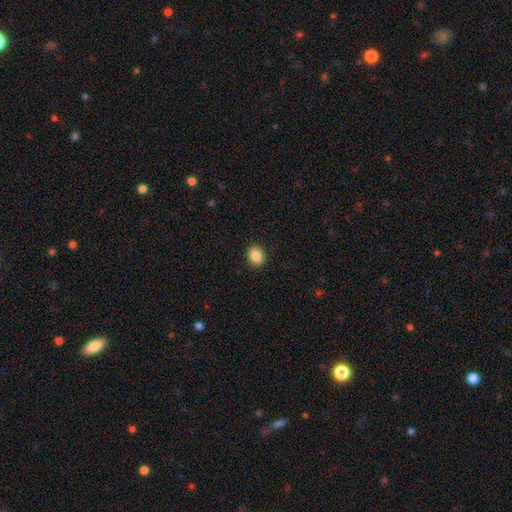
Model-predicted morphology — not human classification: Smooth or featured?
  - smooth: 88% *
  - star or artifact: 9%
  - featured or disk: 4%
How rounded?
  - round: 53% *
  - in between: 46%
  - cigar-shaped: 1%
Merging?
  - none: 91% *
  - minor disturbance: 6%
  - major disturbance: 2%
  - merger: 1%